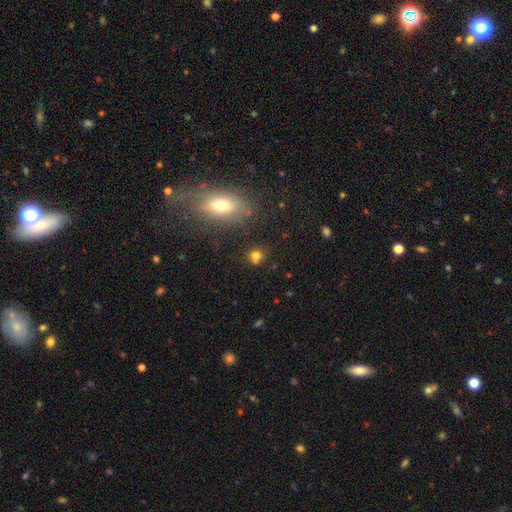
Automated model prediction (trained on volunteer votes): smooth-or-featured: smooth: 75% | star or artifact: 17% | featured or disk: 8%
  how-rounded: round: 78% | in between: 20% | cigar-shaped: 2%
  merging: none: 71% | merger: 14% | minor disturbance: 12% | major disturbance: 4%